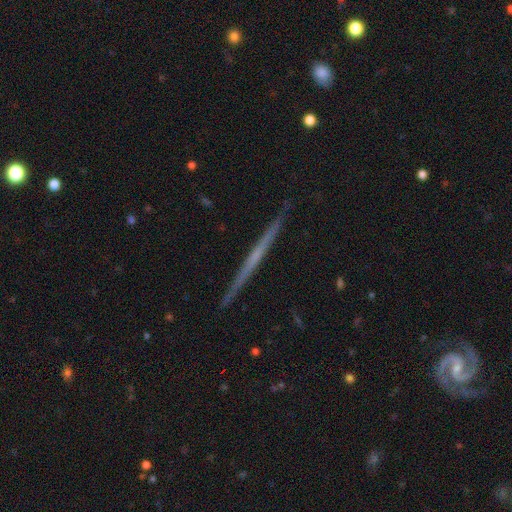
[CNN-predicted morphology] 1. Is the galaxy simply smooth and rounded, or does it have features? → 66% featured or disk, 28% smooth, 6% star or artifact.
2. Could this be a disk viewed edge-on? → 98% yes, 2% no.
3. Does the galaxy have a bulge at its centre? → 82% none, 13% rounded, 5% boxy.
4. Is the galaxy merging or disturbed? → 92% none, 6% minor disturbance, 1% major disturbance, 1% merger.